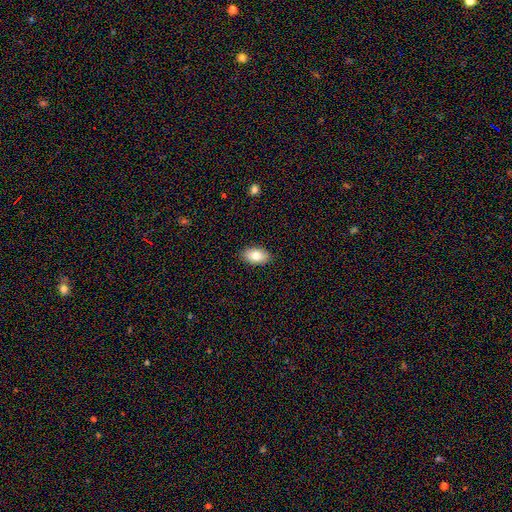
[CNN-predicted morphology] This is clearly a smooth galaxy (81%). How rounded: clearly in between (92%). Merging: clearly none (89%).